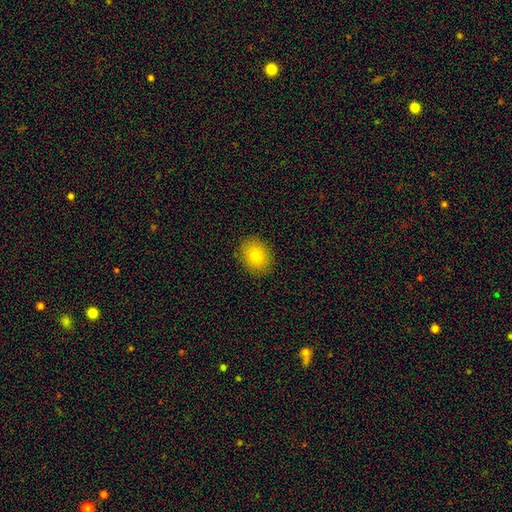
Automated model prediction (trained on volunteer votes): smooth 81%, star or artifact 10%, featured or disk 9%. Down the decision tree: how rounded — in between (54%); merging — none (89%).